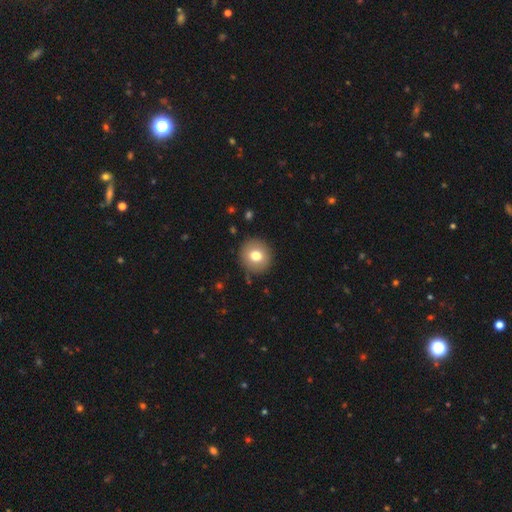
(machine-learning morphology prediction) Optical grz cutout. It shows a smooth galaxy with no disk features (74%) that is round (92%). Merging: none (89%).